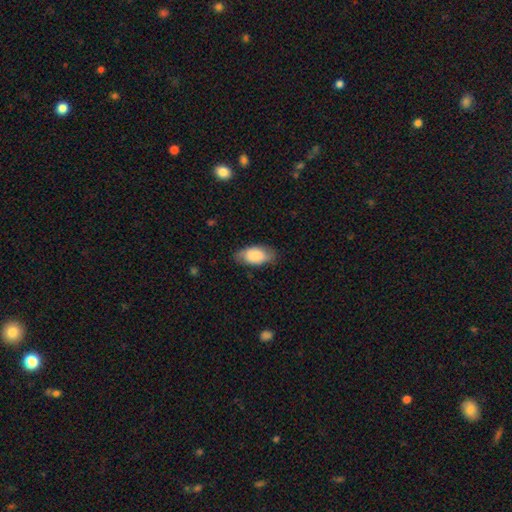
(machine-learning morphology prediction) smooth 80%, featured or disk 13%, star or artifact 6%. Down the decision tree: how rounded — in between (93%); merging — none (77%).